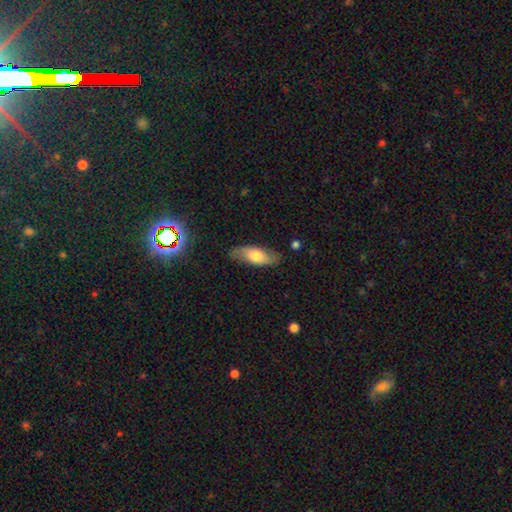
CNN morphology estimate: Smooth or featured: smooth — 60% (featured or disk — 33%)
How rounded: in between — 74% (cigar-shaped — 23%)
Merging: none — 75% (minor disturbance — 18%)